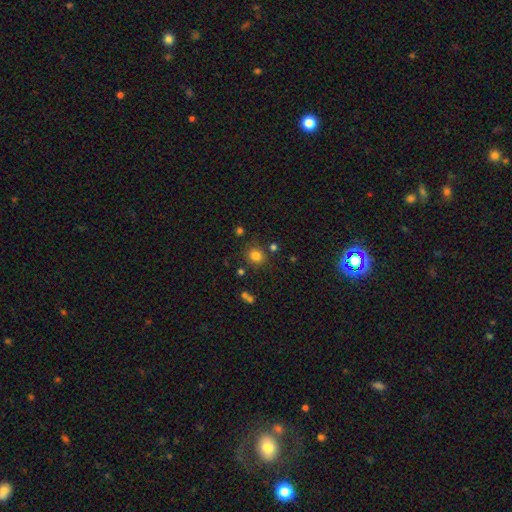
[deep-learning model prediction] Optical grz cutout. It shows a smooth galaxy with no disk features (79%) that is round (77%). Merging: none (79%).